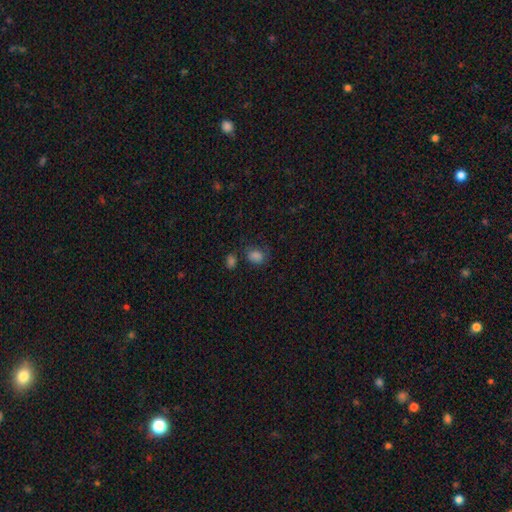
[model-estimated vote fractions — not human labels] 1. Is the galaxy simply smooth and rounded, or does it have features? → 80% smooth, 15% star or artifact, 5% featured or disk.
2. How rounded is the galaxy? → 54% in between, 45% round, 1% cigar-shaped.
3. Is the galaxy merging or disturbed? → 61% none, 20% minor disturbance, 11% merger, 8% major disturbance.